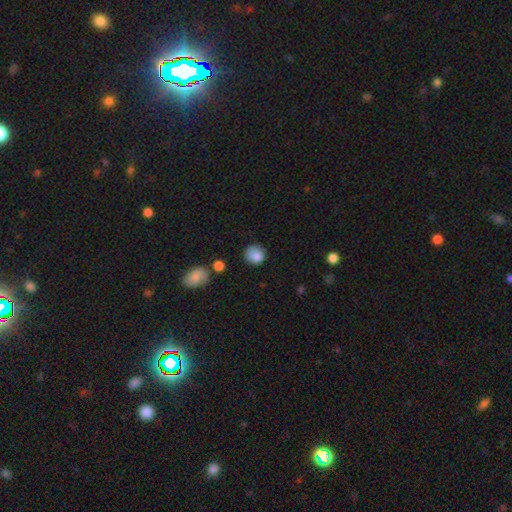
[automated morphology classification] The model was most divided on "merging": none: 65%, minor disturbance: 25%, major disturbance: 7%, merger: 4%. More confident: smooth or featured — smooth (84%); how rounded — round (79%).